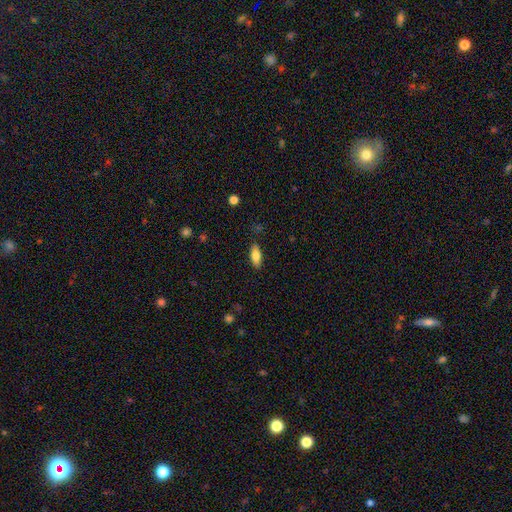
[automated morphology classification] Smooth or featured?
  - smooth: 79% *
  - featured or disk: 14%
  - star or artifact: 7%
How rounded?
  - in between: 78% *
  - cigar-shaped: 20%
  - round: 2%
Merging?
  - none: 86% *
  - minor disturbance: 11%
  - major disturbance: 2%
  - merger: 1%